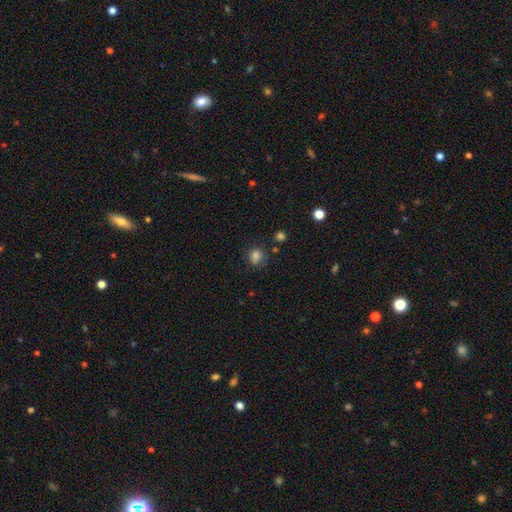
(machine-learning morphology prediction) Smooth or featured?
  - smooth: 82% *
  - star or artifact: 12%
  - featured or disk: 5%
How rounded?
  - round: 74% *
  - in between: 25%
  - cigar-shaped: 1%
Merging?
  - none: 69% *
  - minor disturbance: 20%
  - major disturbance: 7%
  - merger: 4%